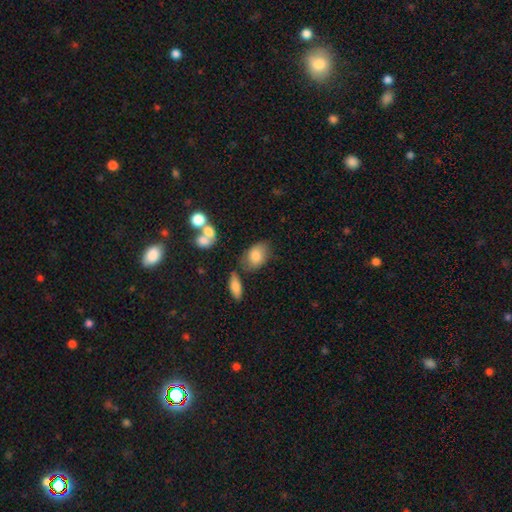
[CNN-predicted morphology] Q: Smooth or featured?
A: smooth (79%); runner-up: featured or disk (13%)
Q: How rounded?
A: in between (82%); runner-up: round (16%)
Q: Merging?
A: none (63%); runner-up: minor disturbance (20%)